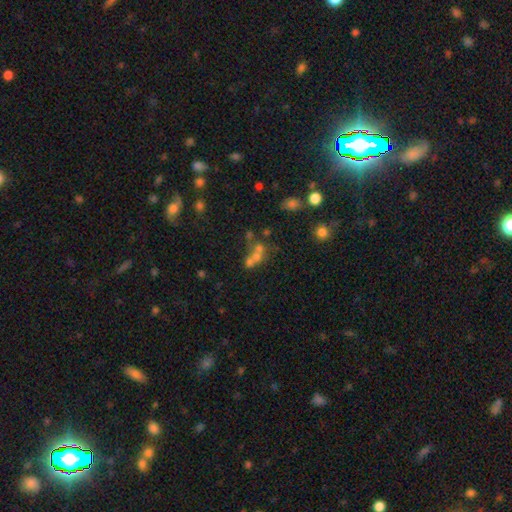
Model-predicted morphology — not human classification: Smooth or featured? smooth (51%)
How rounded? round (63%)
Merging? merger (54%)